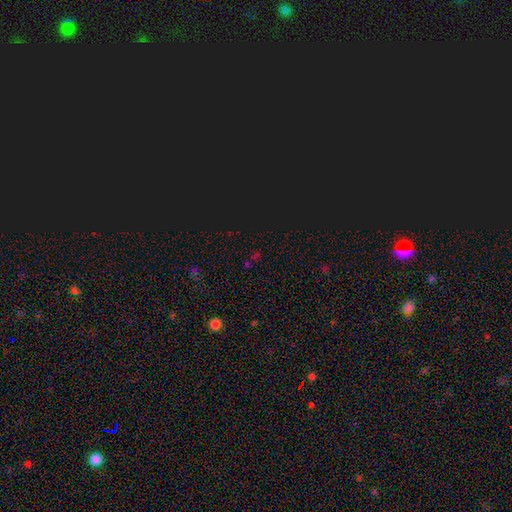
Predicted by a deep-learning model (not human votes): smooth-or-featured: star or artifact: 68% | smooth: 24% | featured or disk: 8%